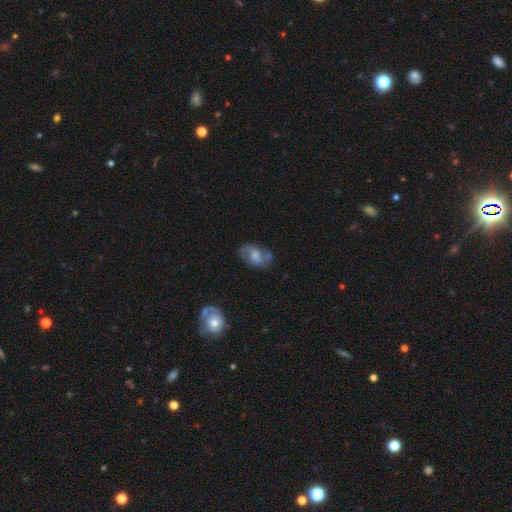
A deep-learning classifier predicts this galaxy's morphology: The model was most divided on "bar": no: 56%, weak: 37%, strong: 7%. Remaining: edge-on disk — no (96%); spiral arms — yes (78%); merging — none (60%); smooth or featured — featured or disk (57%); bulge size — moderate (44%).